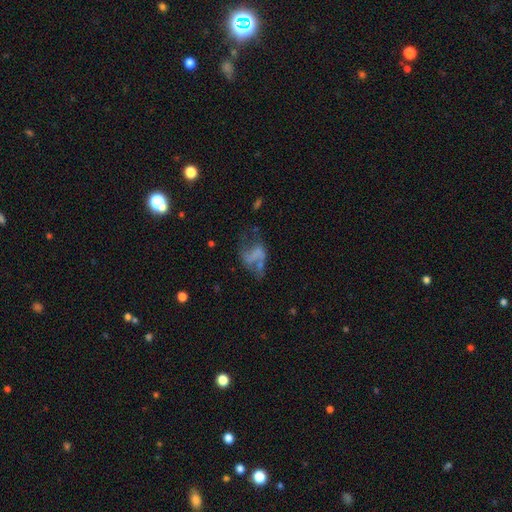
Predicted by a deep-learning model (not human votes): featured or disk 52%, smooth 34%, star or artifact 14%. Down the decision tree: edge-on disk — no (97%); bar — no (75%); spiral arms — no (71%); bulge size — none (76%); merging — major disturbance (40%).